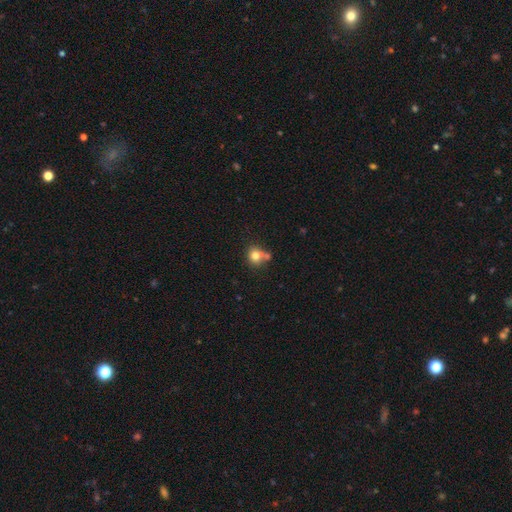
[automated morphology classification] This appears to be a smooth galaxy with no disk features (76%) that is round (77%). Merging: none (47%).